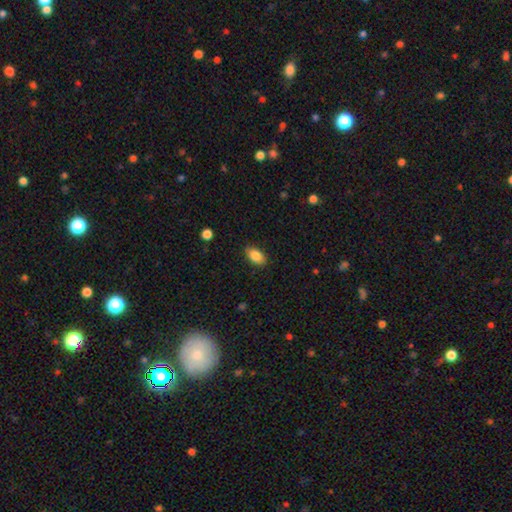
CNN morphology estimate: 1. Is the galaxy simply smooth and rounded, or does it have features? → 86% smooth, 8% star or artifact, 6% featured or disk.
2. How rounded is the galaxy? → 91% in between, 6% round, 2% cigar-shaped.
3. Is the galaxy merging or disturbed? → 87% none, 10% minor disturbance, 2% major disturbance, 1% merger.